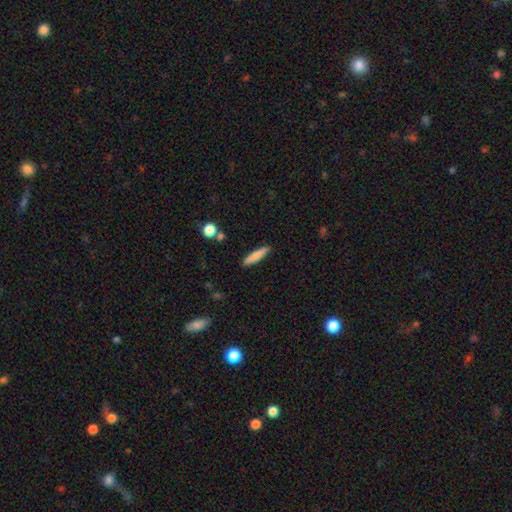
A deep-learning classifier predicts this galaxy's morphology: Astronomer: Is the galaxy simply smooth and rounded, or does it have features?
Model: smooth — 76%.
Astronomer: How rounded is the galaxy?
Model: cigar-shaped — 85%.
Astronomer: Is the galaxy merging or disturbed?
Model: none — 89%.